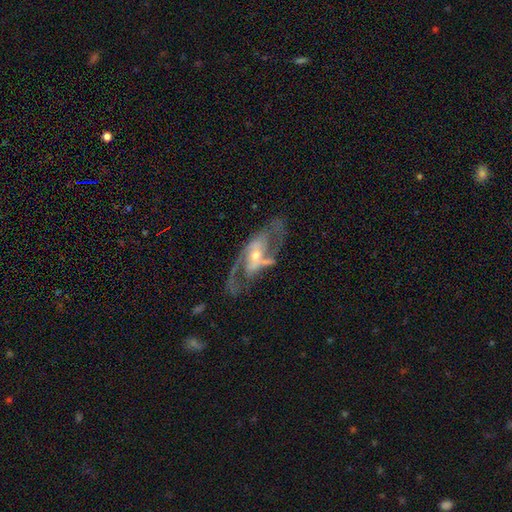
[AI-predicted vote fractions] smooth_or_featured: featured or disk (p=0.88) [alt: smooth p=0.07]
disk_edge_on: no (p=0.94) [alt: yes p=0.06]
bar: no (p=0.39) [alt: weak p=0.36]
has_spiral_arms: yes (p=0.93) [alt: no p=0.07]
spiral_winding: medium (p=0.51) [alt: loose p=0.30]
spiral_arm_count: 2 (p=0.83) [alt: can't tell p=0.06]
bulge_size: moderate (p=0.50) [alt: small p=0.45]
merging: none (p=0.58) [alt: major disturbance p=0.18]